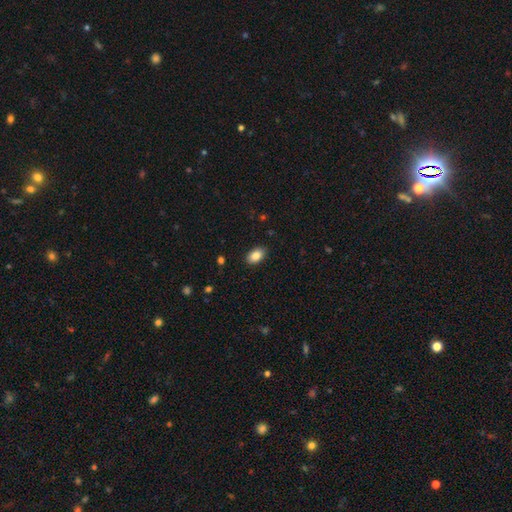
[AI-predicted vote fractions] smooth_or_featured: smooth (p=0.86) [alt: star or artifact p=0.08]
how_rounded: in between (p=0.91) [alt: round p=0.08]
merging: none (p=0.89) [alt: minor disturbance p=0.08]